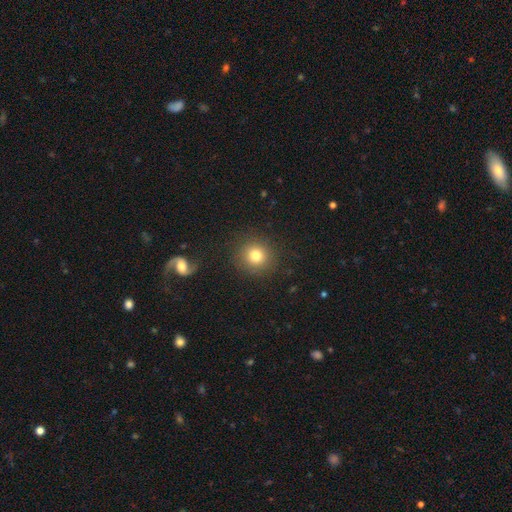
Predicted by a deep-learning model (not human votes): This is likely a smooth galaxy (79%). How rounded: clearly round (92%). Merging: clearly none (88%).